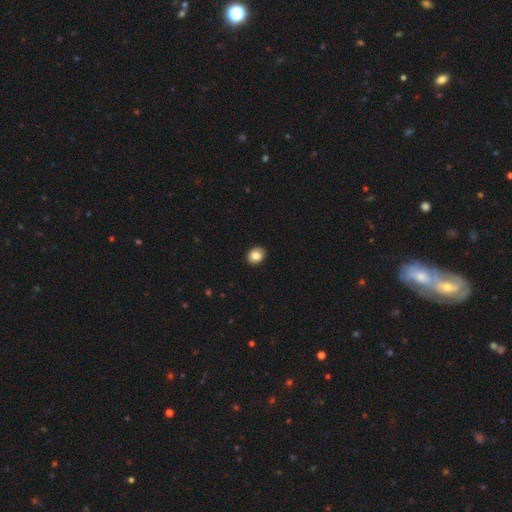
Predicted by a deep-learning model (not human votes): smooth 85%, star or artifact 9%, featured or disk 7%. Down the decision tree: how rounded — round (57%); merging — none (87%).